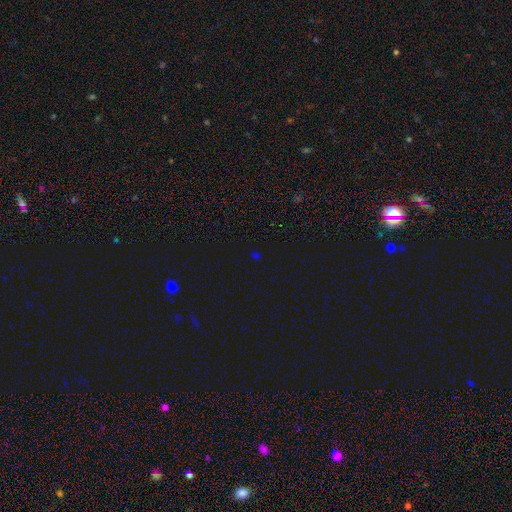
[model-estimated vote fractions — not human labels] star or artifact 63%, smooth 30%, featured or disk 6%.